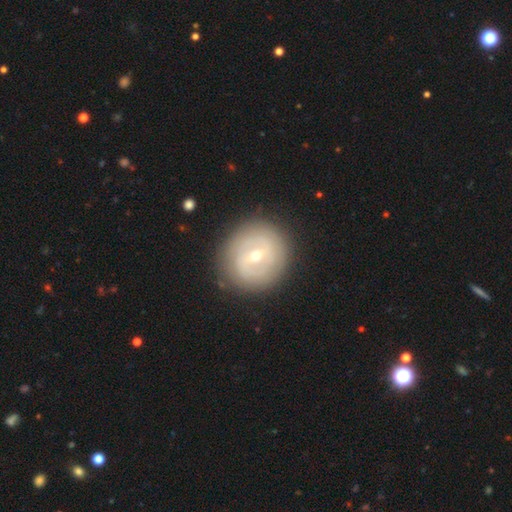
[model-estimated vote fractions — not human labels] Smooth or featured? featured or disk (68%)
Edge-on disk? no (97%)
Bar? weak (53%)
Spiral arms? yes (68%)
Bulge size? small (58%)
Merging? none (86%)